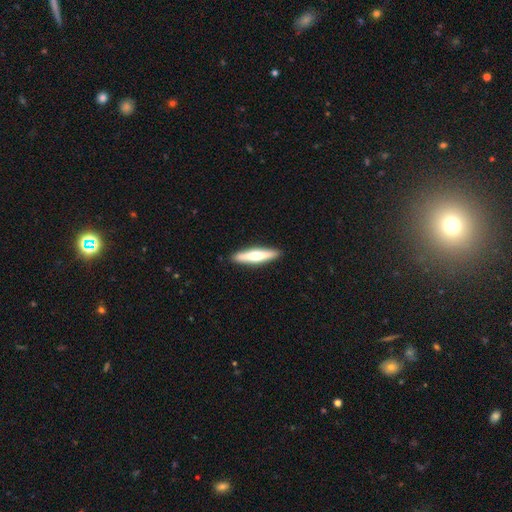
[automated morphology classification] Overall: smooth (53%; featured or disk 42%). How rounded: cigar-shaped (85%). Merging: none (91%).